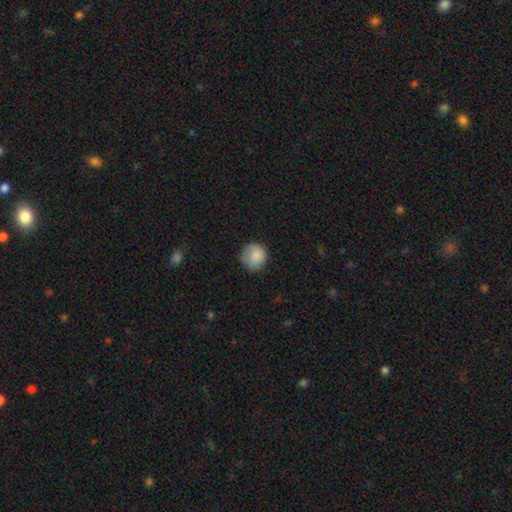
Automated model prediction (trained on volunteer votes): smooth 81%, featured or disk 12%, star or artifact 7%. Down the decision tree: how rounded — round (89%); merging — none (69%).